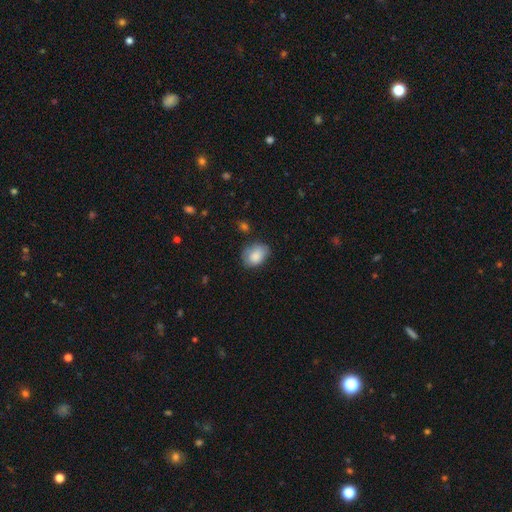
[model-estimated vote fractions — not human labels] Q: Smooth or featured?
A: smooth (84%); runner-up: featured or disk (8%)
Q: How rounded?
A: in between (70%); runner-up: round (29%)
Q: Merging?
A: none (62%); runner-up: minor disturbance (28%)